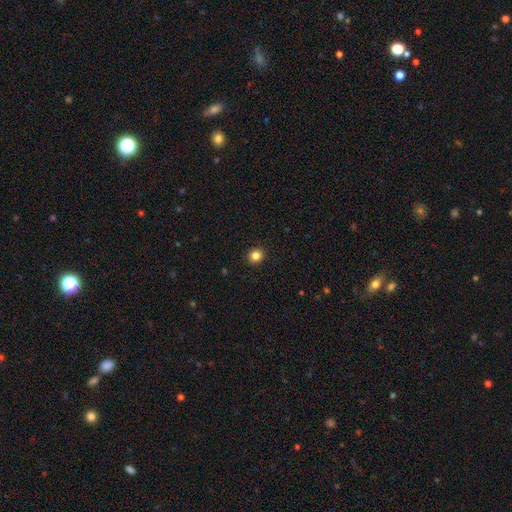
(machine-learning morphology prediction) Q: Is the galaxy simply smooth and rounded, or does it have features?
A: smooth — 84%.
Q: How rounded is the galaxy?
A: round — 85%.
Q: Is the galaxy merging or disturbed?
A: none — 92%.